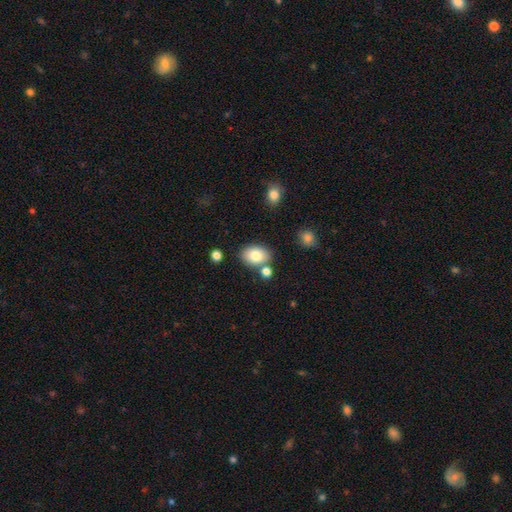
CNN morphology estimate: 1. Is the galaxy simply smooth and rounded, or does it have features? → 81% smooth, 11% featured or disk, 8% star or artifact.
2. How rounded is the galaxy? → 79% in between, 20% round, 1% cigar-shaped.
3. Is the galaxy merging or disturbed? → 75% none, 11% minor disturbance, 11% merger, 3% major disturbance.